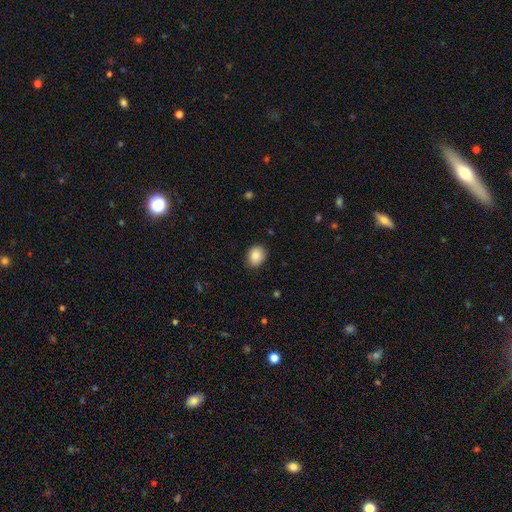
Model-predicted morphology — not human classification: smooth-or-featured: smooth: 85% | star or artifact: 8% | featured or disk: 7%
  how-rounded: in between: 55% | round: 44% | cigar-shaped: 1%
  merging: none: 87% | minor disturbance: 10% | major disturbance: 2% | merger: 1%